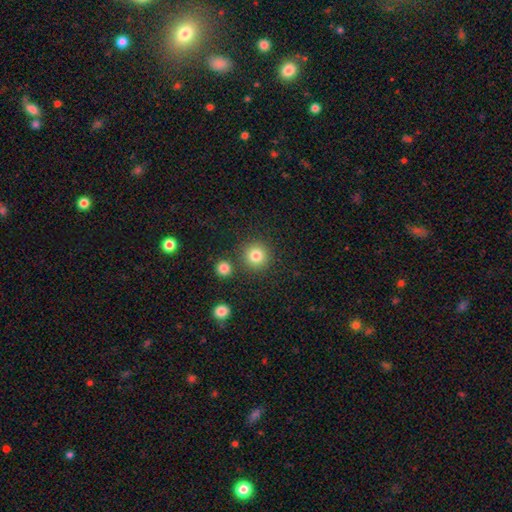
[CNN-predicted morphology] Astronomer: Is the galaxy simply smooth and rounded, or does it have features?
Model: smooth — 82%.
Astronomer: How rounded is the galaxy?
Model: round — 94%.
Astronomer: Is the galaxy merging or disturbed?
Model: none — 86%.